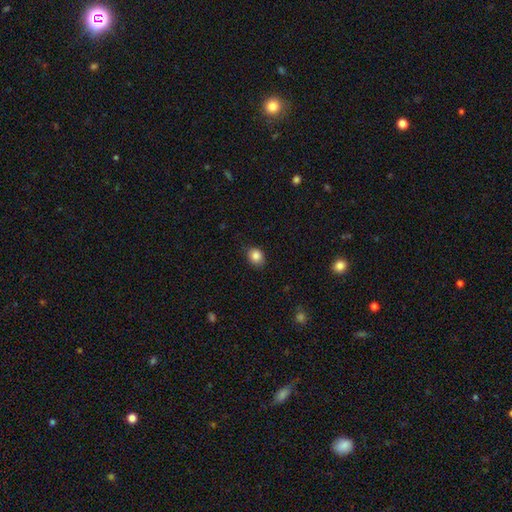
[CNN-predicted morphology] Smooth or featured? Predicted: smooth (p=0.86). How rounded? Predicted: round (p=0.54). Merging? Predicted: none (p=0.82).